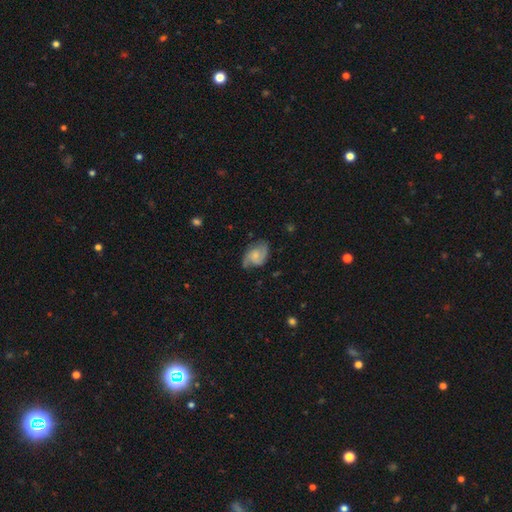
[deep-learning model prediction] This is likely a featured or disk galaxy (70%). It is clearly not viewed edge-on (97%). Bar: possibly no (59%). Spiral arm pattern: clearly yes (94%). Spiral arm count: clearly 2 (86%). Spiral winding: possibly medium (47%). Central bulge: marginally small (42%). Merging: likely none (67%).